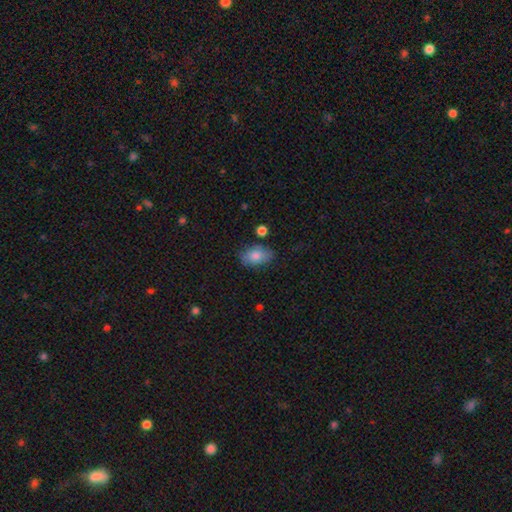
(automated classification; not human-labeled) Smooth or featured: smooth — 81% (featured or disk — 12%)
How rounded: in between — 87% (round — 12%)
Merging: none — 73% (minor disturbance — 19%)